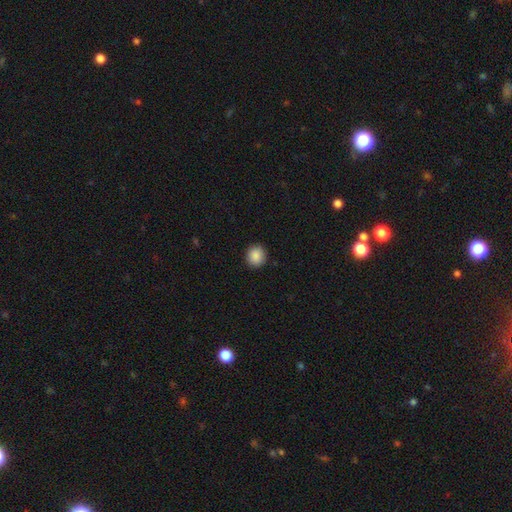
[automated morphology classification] smooth_or_featured: smooth (p=0.88) [alt: star or artifact p=0.09]
how_rounded: round (p=0.89) [alt: in between p=0.10]
merging: none (p=0.91) [alt: minor disturbance p=0.06]